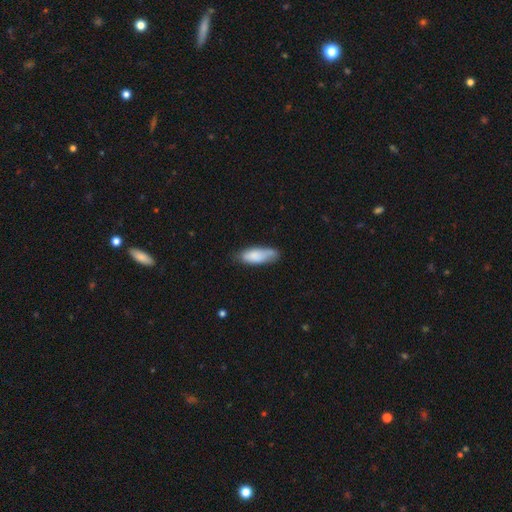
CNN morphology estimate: Q: Smooth or featured?
A: smooth (79%); runner-up: featured or disk (15%)
Q: How rounded?
A: in between (67%); runner-up: cigar-shaped (31%)
Q: Merging?
A: none (61%); runner-up: minor disturbance (29%)